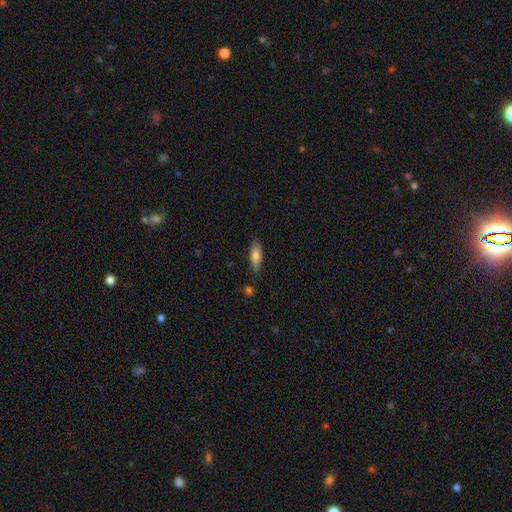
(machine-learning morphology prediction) This appears to be a smooth galaxy with no disk features (74%) that is in between round and cigar-shaped (59%). Merging: none (79%).